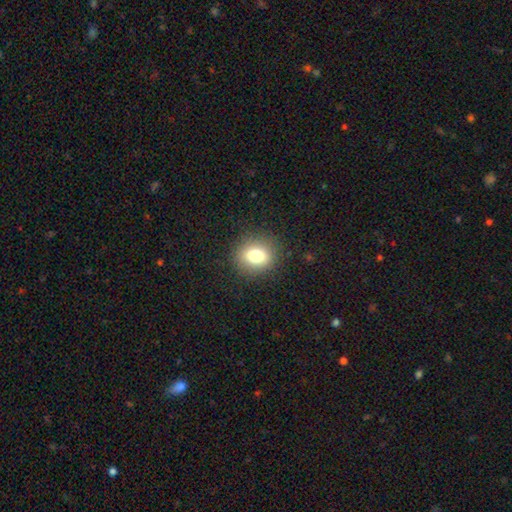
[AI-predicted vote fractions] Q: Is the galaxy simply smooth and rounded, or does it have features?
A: smooth — 78%.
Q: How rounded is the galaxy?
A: round — 64%.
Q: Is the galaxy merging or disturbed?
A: none — 88%.